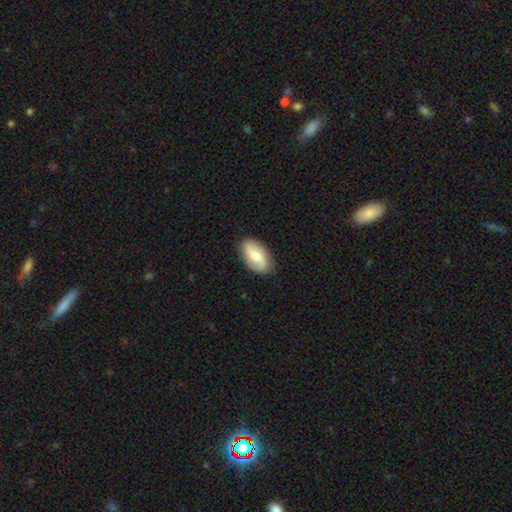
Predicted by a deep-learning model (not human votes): The model was most divided on "smooth or featured": smooth: 56%, featured or disk: 38%, star or artifact: 6%. More confident: how rounded — in between (92%); merging — none (87%).